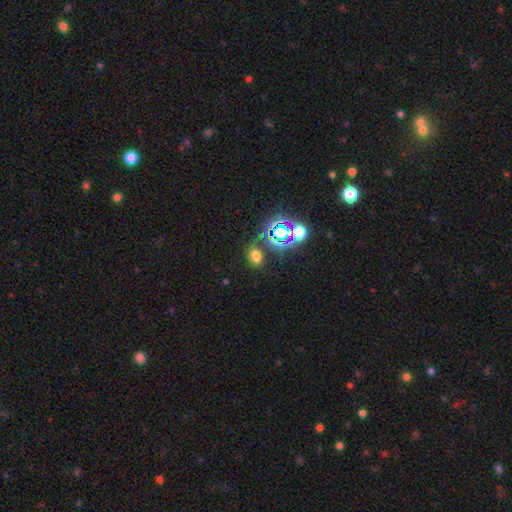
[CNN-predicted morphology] smooth-or-featured: smooth: 60% | star or artifact: 32% | featured or disk: 8%
  how-rounded: in between: 69% | round: 29% | cigar-shaped: 1%
  merging: none: 76% | minor disturbance: 12% | merger: 7% | major disturbance: 5%